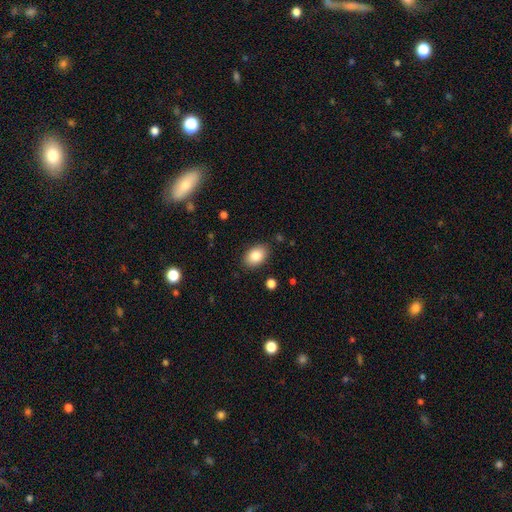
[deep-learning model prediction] Q: Smooth or featured?
A: smooth (85%); runner-up: star or artifact (8%)
Q: How rounded?
A: in between (84%); runner-up: round (15%)
Q: Merging?
A: none (87%); runner-up: minor disturbance (10%)